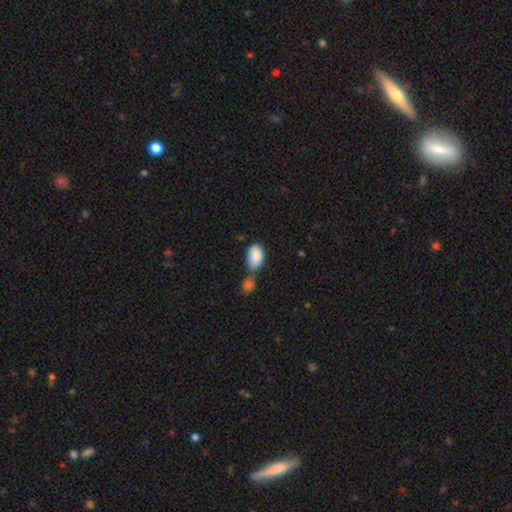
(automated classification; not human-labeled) Smooth or featured: smooth — 87% (featured or disk — 7%)
How rounded: in between — 91% (round — 7%)
Merging: merger — 48% (none — 29%)